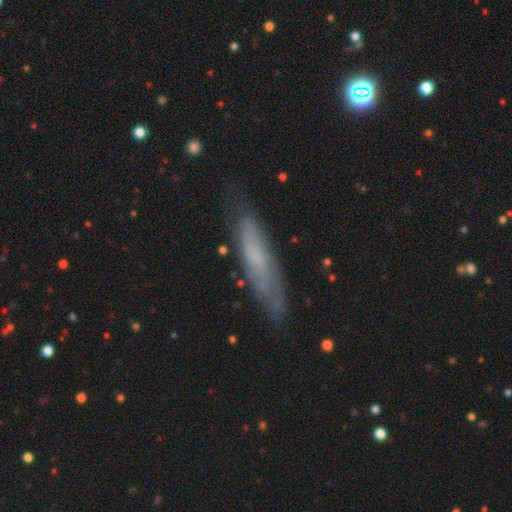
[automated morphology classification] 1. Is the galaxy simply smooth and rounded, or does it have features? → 47% featured or disk, 44% smooth, 9% star or artifact.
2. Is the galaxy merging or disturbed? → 75% none, 18% minor disturbance, 5% major disturbance, 2% merger.